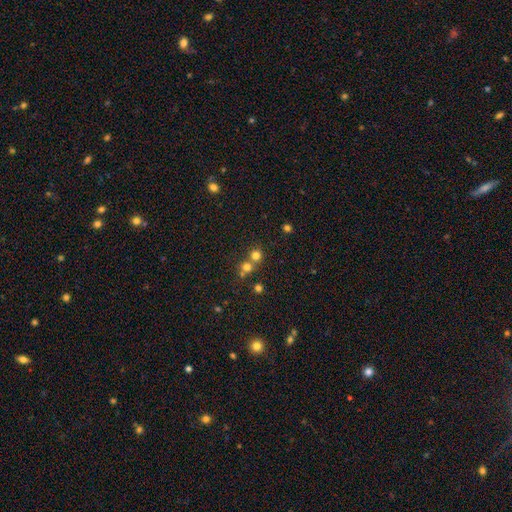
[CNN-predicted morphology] smooth-or-featured: smooth: 72% | star or artifact: 19% | featured or disk: 9%
  how-rounded: round: 89% | in between: 10% | cigar-shaped: 1%
  merging: none: 51% | merger: 42% | minor disturbance: 5% | major disturbance: 2%